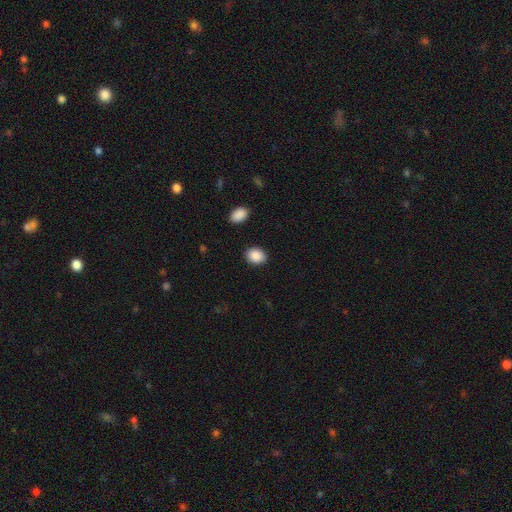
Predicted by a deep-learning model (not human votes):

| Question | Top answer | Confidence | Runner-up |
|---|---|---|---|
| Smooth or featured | smooth | 89% | star or artifact (8%) |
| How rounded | in between | 53% | round (46%) |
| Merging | none | 88% | minor disturbance (7%) |